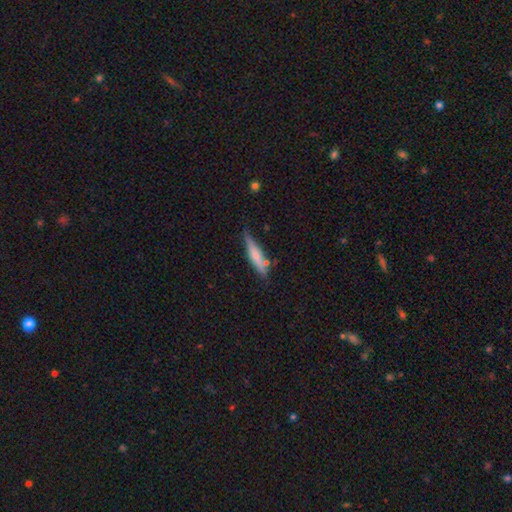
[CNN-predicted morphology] type=smooth (59%); roundness=cigar-shaped (83%); merging=none (75%).